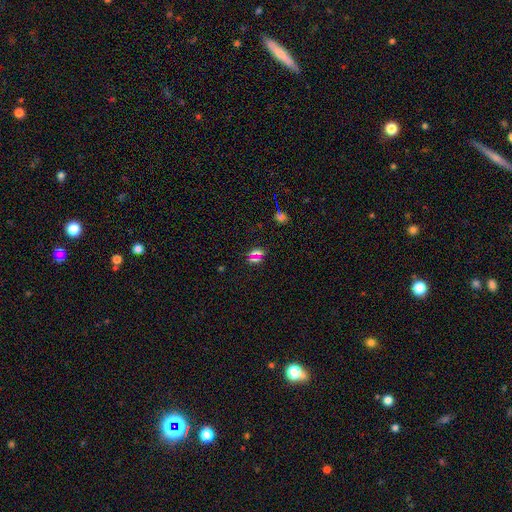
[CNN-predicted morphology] type=star or artifact (45%, tied with smooth).